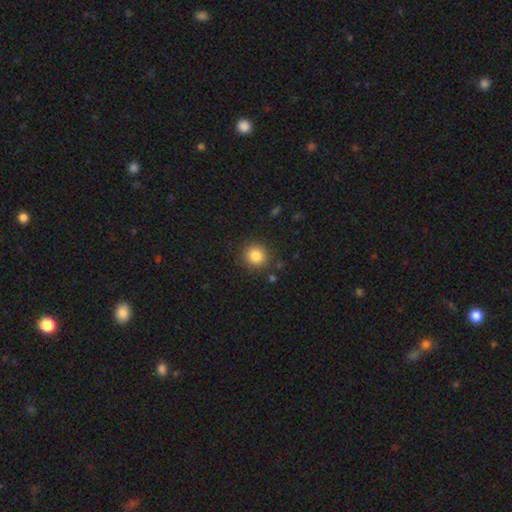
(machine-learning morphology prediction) Smooth or featured? Predicted: smooth (p=0.85). How rounded? Predicted: round (p=0.89). Merging? Predicted: none (p=0.88).